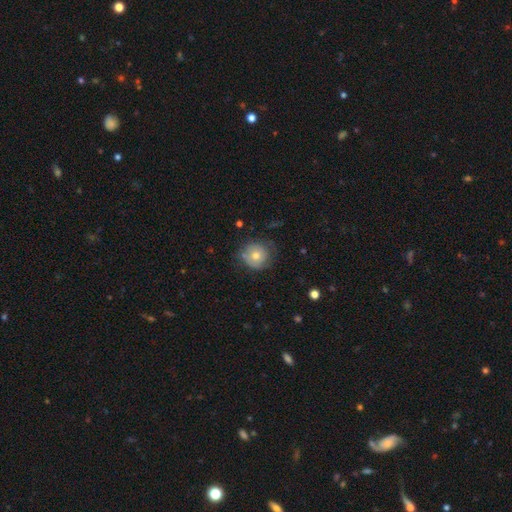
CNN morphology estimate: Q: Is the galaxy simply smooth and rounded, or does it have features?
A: smooth — 63%.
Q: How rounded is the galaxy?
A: round — 90%.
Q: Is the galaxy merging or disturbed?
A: none — 70%.